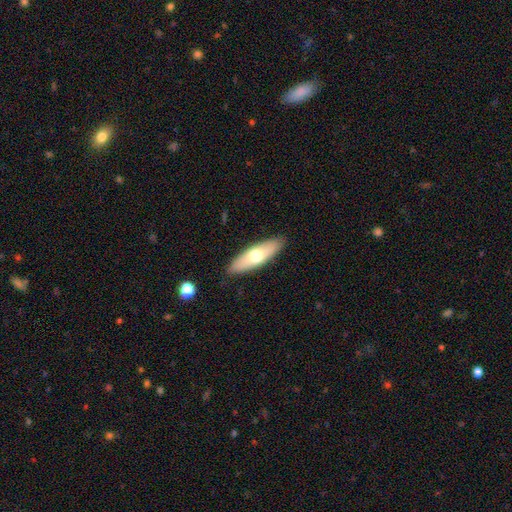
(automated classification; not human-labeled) Overall: smooth (61%; featured or disk 33%). How rounded: cigar-shaped (51%; in between 47%). Merging: none (89%).